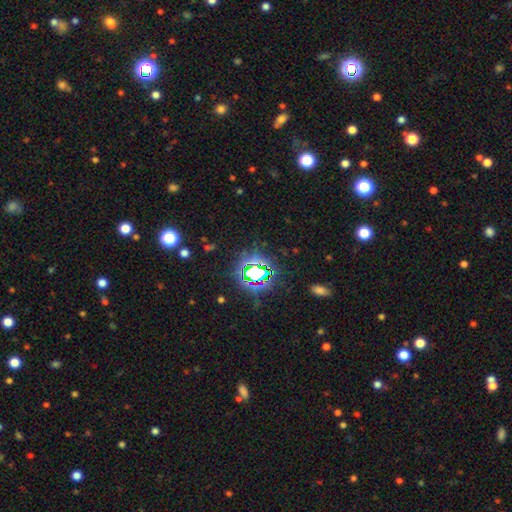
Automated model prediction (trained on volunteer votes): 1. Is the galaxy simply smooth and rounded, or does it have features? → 78% star or artifact, 14% smooth, 8% featured or disk.